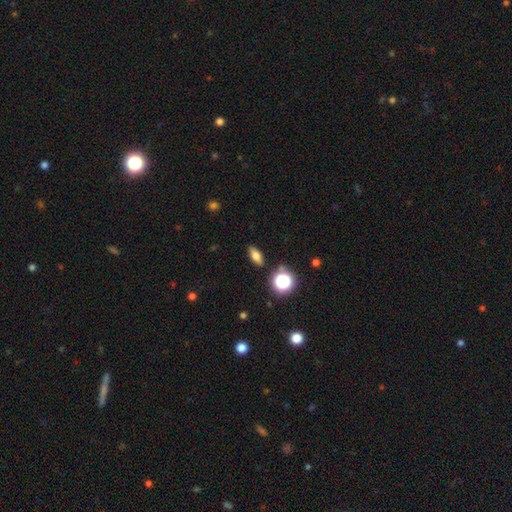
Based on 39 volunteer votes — Smooth or featured? 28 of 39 (72%) said smooth. How rounded? 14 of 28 (50%) said in between. Merging? 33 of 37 (89%) said none.